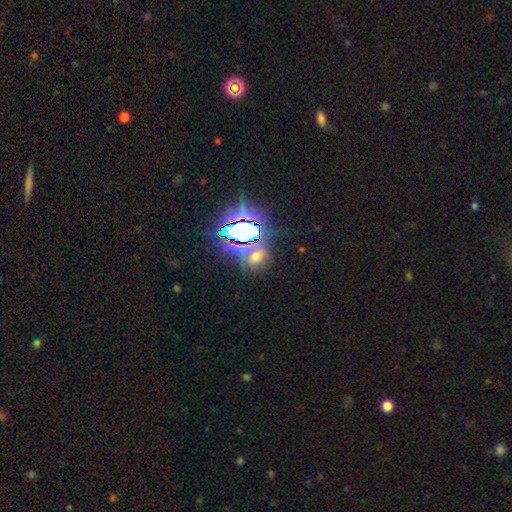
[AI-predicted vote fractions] Smooth or featured: star or artifact — 52% (smooth — 38%)